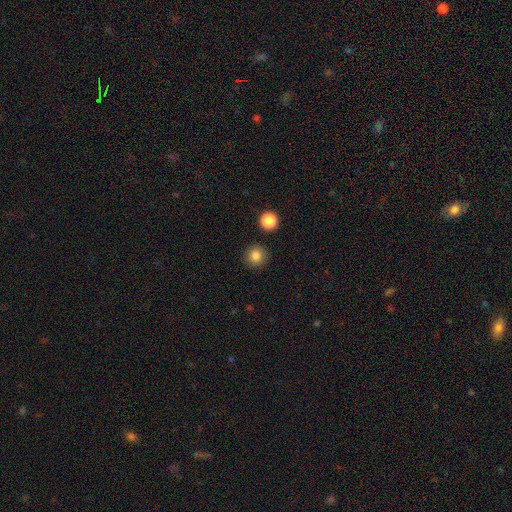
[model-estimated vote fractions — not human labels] This is clearly a smooth galaxy (84%). How rounded: clearly round (93%). Merging: clearly none (90%).